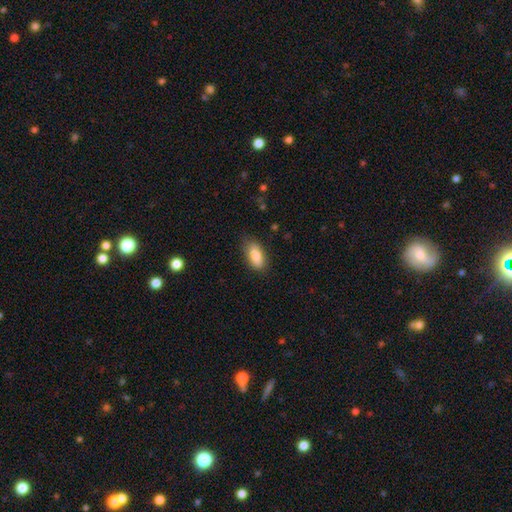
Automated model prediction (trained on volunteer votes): This is clearly a smooth galaxy (82%). How rounded: clearly in between (86%). Merging: clearly none (80%).